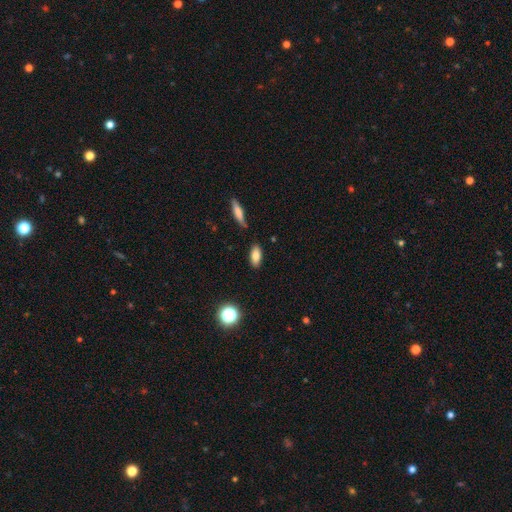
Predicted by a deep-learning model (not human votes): Overall: smooth (79%). How rounded: in between (84%). Merging: none (84%).